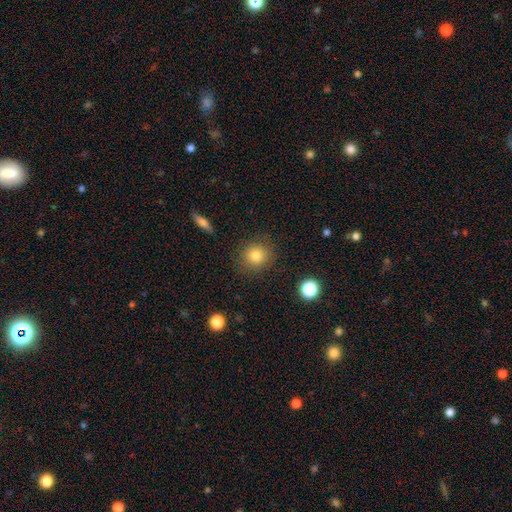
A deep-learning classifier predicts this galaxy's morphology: smooth 82%, star or artifact 11%, featured or disk 7%. Down the decision tree: how rounded — round (86%); merging — none (86%).